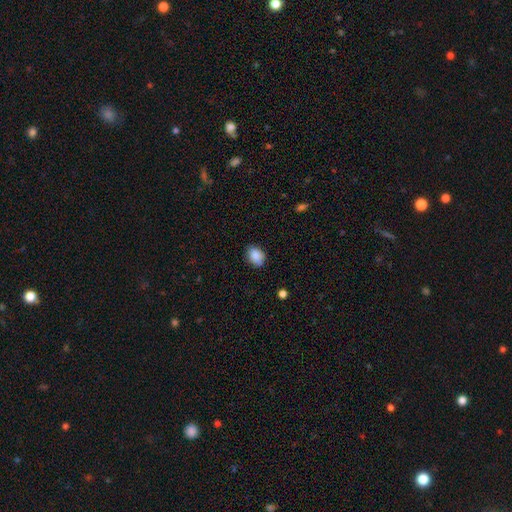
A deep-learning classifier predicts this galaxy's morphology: A smooth galaxy with no disk features (86%) that is in between round and cigar-shaped (69%).

Vote fractions:
- Smooth or featured? smooth: 86% / star or artifact: 8% / featured or disk: 6%
- How rounded? in between: 69% / round: 30% / cigar-shaped: 1%
- Merging? none: 76% / minor disturbance: 19% / major disturbance: 3% / merger: 1%